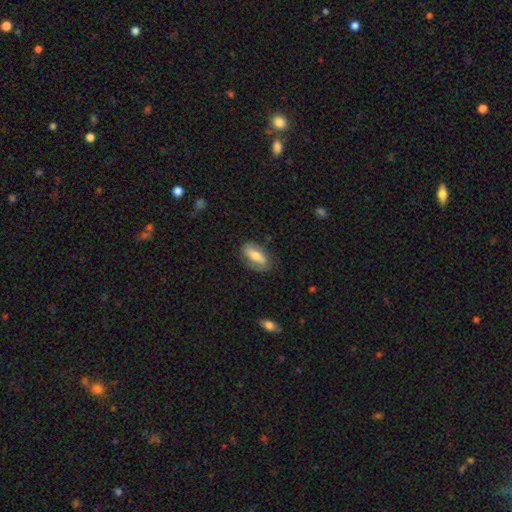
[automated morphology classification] A smooth galaxy with no disk features (57%) that is in between round and cigar-shaped (82%).

Vote fractions:
- Smooth or featured? smooth: 57% / featured or disk: 37% / star or artifact: 6%
- How rounded? in between: 82% / cigar-shaped: 14% / round: 4%
- Merging? none: 78% / minor disturbance: 16% / major disturbance: 5% / merger: 1%